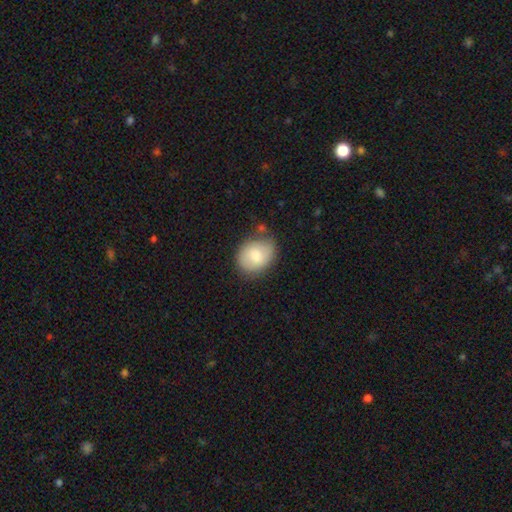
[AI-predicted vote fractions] Smooth or featured? smooth (79%)
How rounded? in between (51%)
Merging? none (71%)